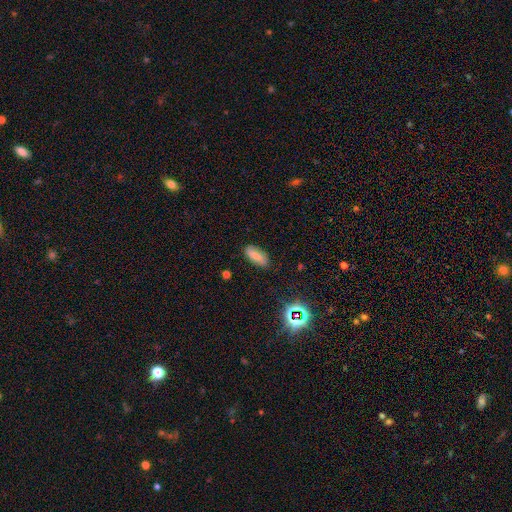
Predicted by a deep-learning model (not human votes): Q: Smooth or featured?
A: smooth (77%); runner-up: featured or disk (12%)
Q: How rounded?
A: in between (80%); runner-up: cigar-shaped (18%)
Q: Merging?
A: none (83%); runner-up: minor disturbance (13%)